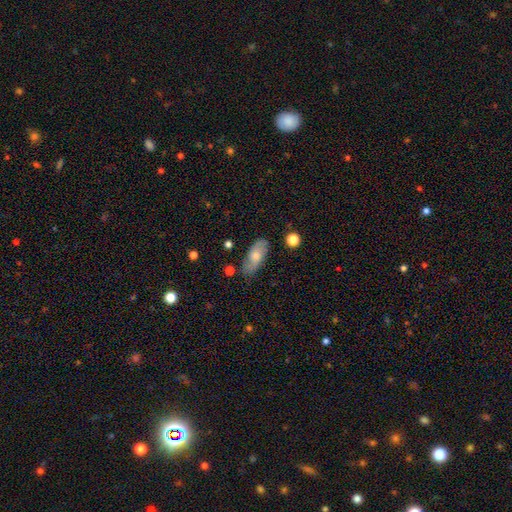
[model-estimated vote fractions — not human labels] Q: Smooth or featured?
A: smooth (63%); runner-up: featured or disk (30%)
Q: How rounded?
A: in between (85%); runner-up: cigar-shaped (12%)
Q: Merging?
A: none (79%); runner-up: minor disturbance (15%)